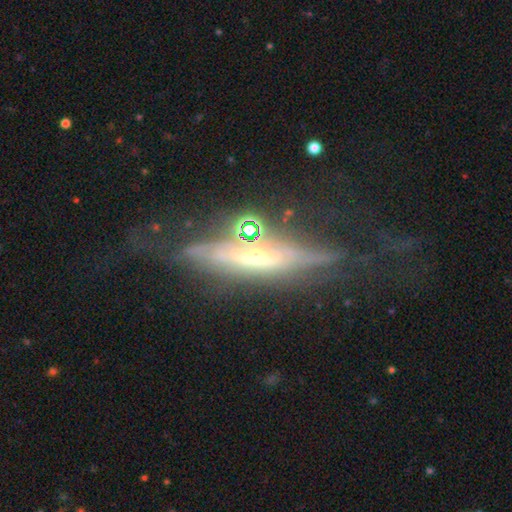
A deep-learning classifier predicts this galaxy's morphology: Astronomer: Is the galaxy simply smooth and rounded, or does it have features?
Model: featured or disk — 76%.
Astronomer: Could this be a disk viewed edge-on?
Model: yes — 81%.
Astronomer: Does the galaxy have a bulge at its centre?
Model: rounded — 65%.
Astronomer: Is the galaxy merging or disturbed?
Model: none — 55%.